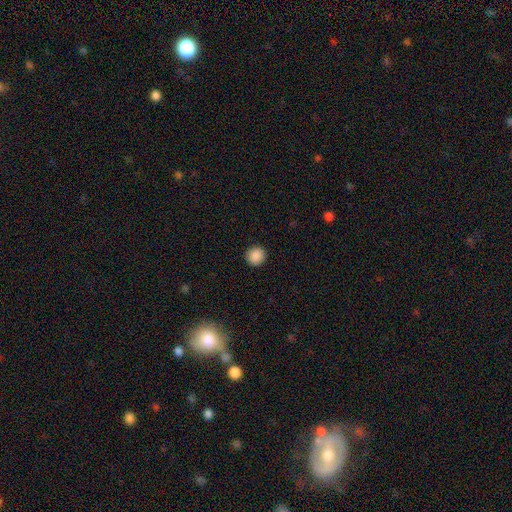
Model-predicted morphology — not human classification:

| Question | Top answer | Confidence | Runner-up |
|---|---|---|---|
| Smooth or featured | smooth | 89% | star or artifact (9%) |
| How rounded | round | 93% | in between (6%) |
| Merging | none | 92% | minor disturbance (5%) |